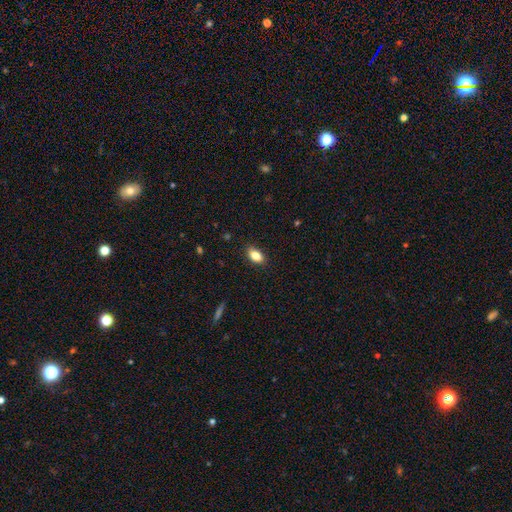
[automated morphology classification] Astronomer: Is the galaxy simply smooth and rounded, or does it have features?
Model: smooth — 84%.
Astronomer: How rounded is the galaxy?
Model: in between — 88%.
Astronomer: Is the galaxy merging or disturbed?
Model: none — 86%.